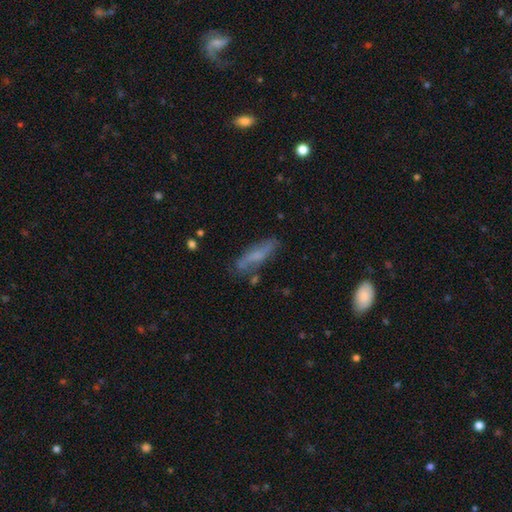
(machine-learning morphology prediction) smooth 53%, featured or disk 38%, star or artifact 9%. Down the decision tree: how rounded — cigar-shaped (72%); merging — none (70%).